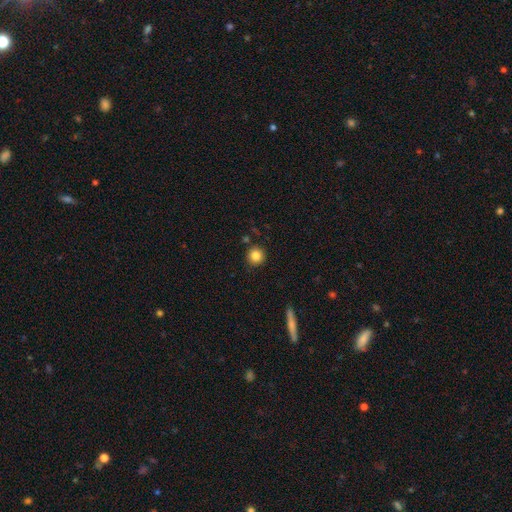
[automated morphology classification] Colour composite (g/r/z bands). It shows a smooth galaxy with no disk features (84%) that is round (94%). Merging: none (88%).